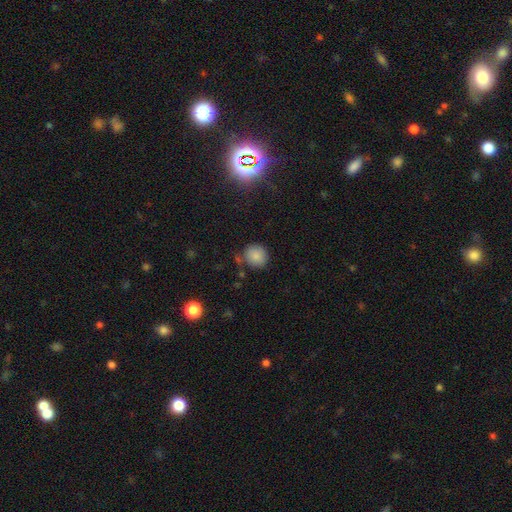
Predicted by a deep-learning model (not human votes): Q: Smooth or featured?
A: smooth (84%); runner-up: star or artifact (10%)
Q: How rounded?
A: round (85%); runner-up: in between (14%)
Q: Merging?
A: none (75%); runner-up: minor disturbance (15%)